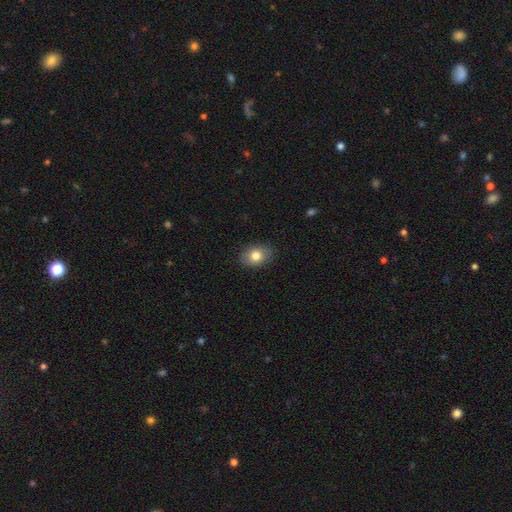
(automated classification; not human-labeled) This is clearly a smooth galaxy (81%). How rounded: likely in between (73%). Merging: clearly none (88%).